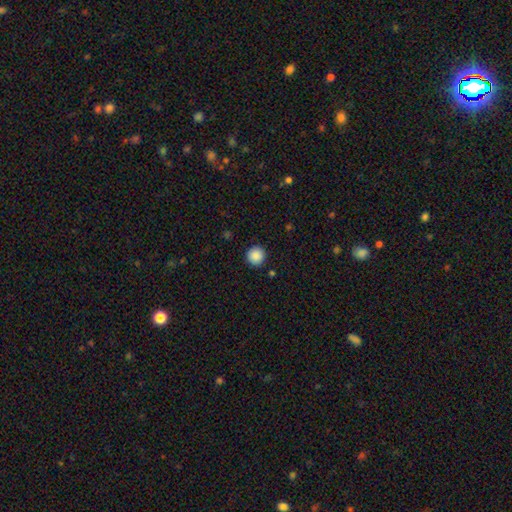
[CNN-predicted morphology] This is clearly a smooth galaxy (88%). How rounded: clearly round (95%). Merging: clearly none (92%).